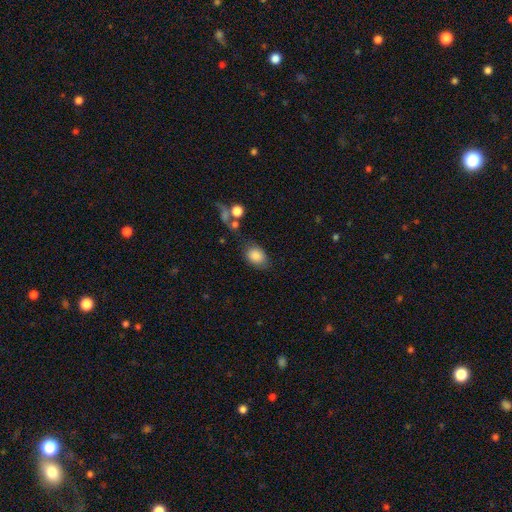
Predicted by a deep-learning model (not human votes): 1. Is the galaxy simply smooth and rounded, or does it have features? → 85% smooth, 9% star or artifact, 7% featured or disk.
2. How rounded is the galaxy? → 68% in between, 31% round, 1% cigar-shaped.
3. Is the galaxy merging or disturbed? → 68% none, 18% minor disturbance, 7% major disturbance, 6% merger.